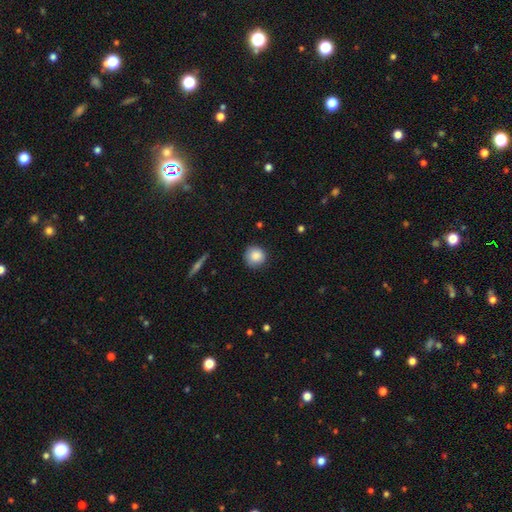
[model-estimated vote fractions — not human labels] A smooth galaxy with no disk features (87%) that is round (93%).

Vote fractions:
- Smooth or featured? smooth: 87% / star or artifact: 8% / featured or disk: 5%
- How rounded? round: 93% / in between: 6% / cigar-shaped: 1%
- Merging? none: 86% / minor disturbance: 11% / major disturbance: 2% / merger: 1%